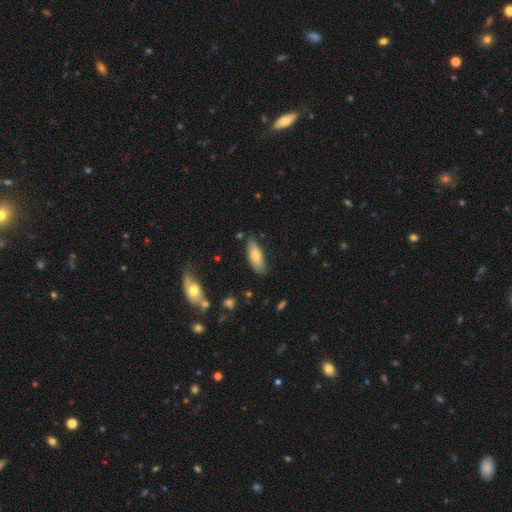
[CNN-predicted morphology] A smooth galaxy with no disk features (72%) that is in between round and cigar-shaped (72%).

Vote fractions:
- Smooth or featured? smooth: 72% / featured or disk: 22% / star or artifact: 6%
- How rounded? in between: 72% / cigar-shaped: 26% / round: 2%
- Merging? none: 75% / minor disturbance: 19% / major disturbance: 3% / merger: 2%